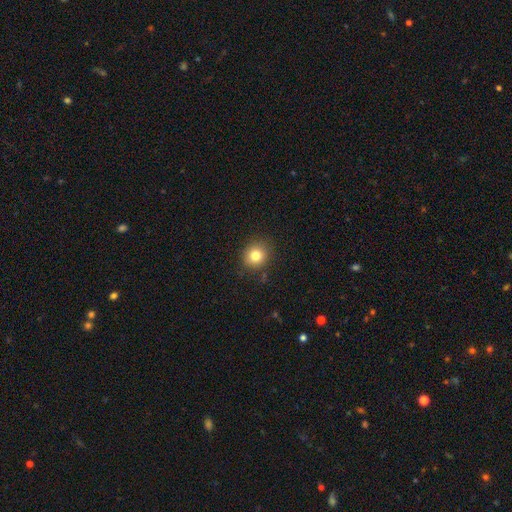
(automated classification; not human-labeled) A smooth galaxy with no disk features (80%) that is round (82%).

Vote fractions:
- Smooth or featured? smooth: 80% / star or artifact: 12% / featured or disk: 8%
- How rounded? round: 82% / in between: 17% / cigar-shaped: 1%
- Merging? none: 87% / minor disturbance: 9% / major disturbance: 3% / merger: 1%